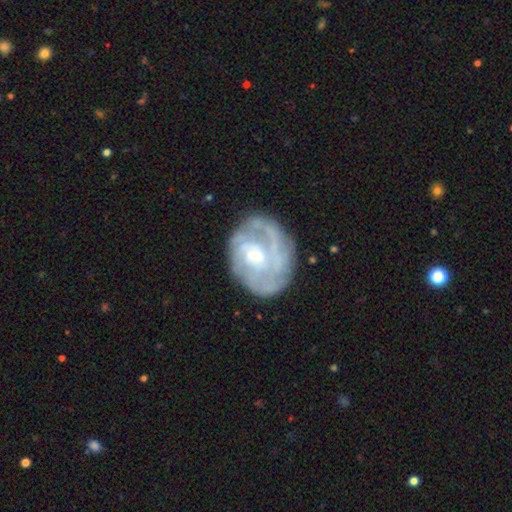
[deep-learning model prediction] This appears to be a featured or disk galaxy (78%) with no bar (59%), tight (56%) spiral arms (84%) and a small central bulge (47%). Merging: none (65%).